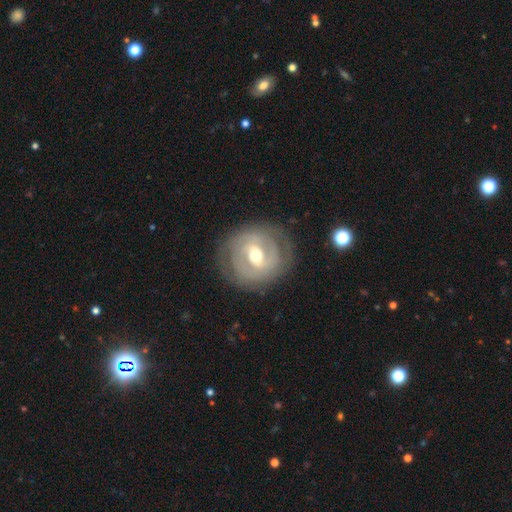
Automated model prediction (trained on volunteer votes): smooth-or-featured: featured or disk: 81% | smooth: 14% | star or artifact: 5%
  disk-edge-on: no: 97% | yes: 3%
    bar: weak: 49% | strong: 27% | no: 24%
    has-spiral-arms: yes: 87% | no: 13%
      spiral-winding: tight: 67% | medium: 26% | loose: 8%
      spiral-arm-count: 2: 50% | can't tell: 26% | 3: 13% | 1: 4% | 4: 4% | more than 4: 3%
    bulge-size: moderate: 68% | small: 26% | large: 5% | none: 1% | dominant: 1%
  merging: none: 81% | minor disturbance: 12% | major disturbance: 5% | merger: 1%